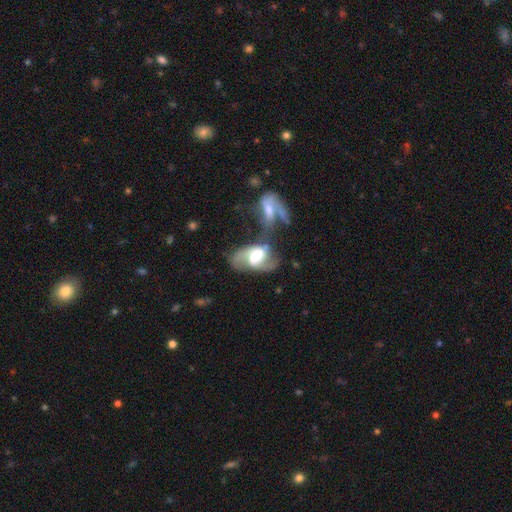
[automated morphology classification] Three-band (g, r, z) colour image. It shows a featured or disk galaxy (77%) with a weak bar (46%), 2 (82%) medium (44%) spiral arms (90%) and a moderate central bulge (54%). Merging: merger (51%).